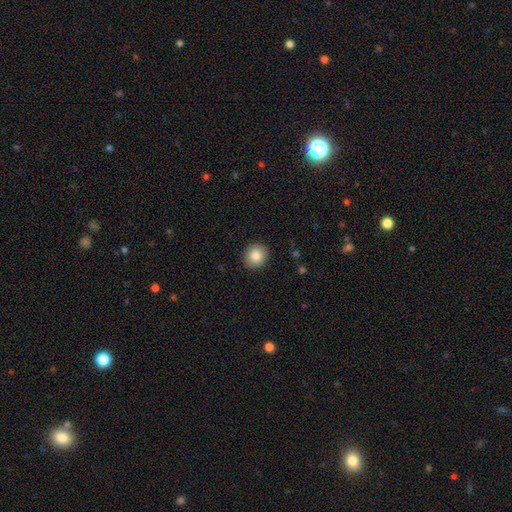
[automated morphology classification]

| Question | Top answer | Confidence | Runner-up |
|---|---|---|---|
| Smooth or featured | smooth | 84% | star or artifact (9%) |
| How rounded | round | 84% | in between (15%) |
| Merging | none | 91% | minor disturbance (6%) |